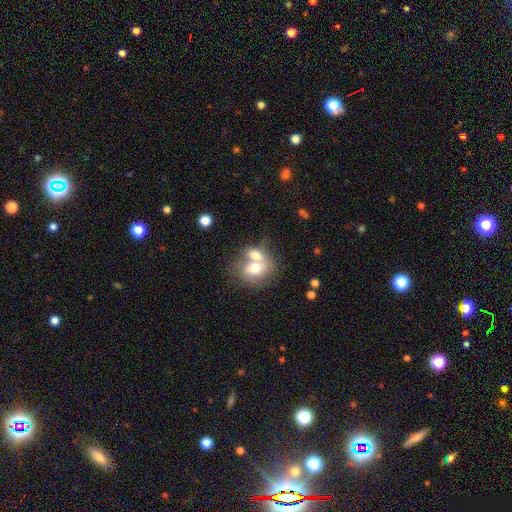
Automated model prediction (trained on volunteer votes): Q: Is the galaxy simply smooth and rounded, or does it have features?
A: smooth — 68%.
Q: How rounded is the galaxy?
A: in between — 59%.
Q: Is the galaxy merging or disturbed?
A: merger — 67%.